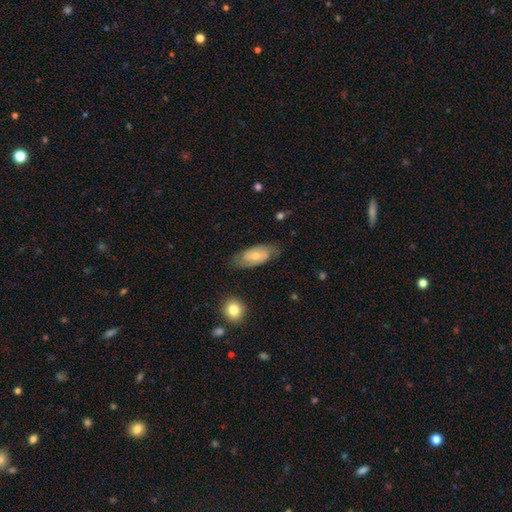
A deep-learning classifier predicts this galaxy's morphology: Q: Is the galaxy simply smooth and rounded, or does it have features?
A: featured or disk — 52%.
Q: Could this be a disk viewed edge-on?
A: no — 90%.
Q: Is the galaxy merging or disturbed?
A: none — 74%.